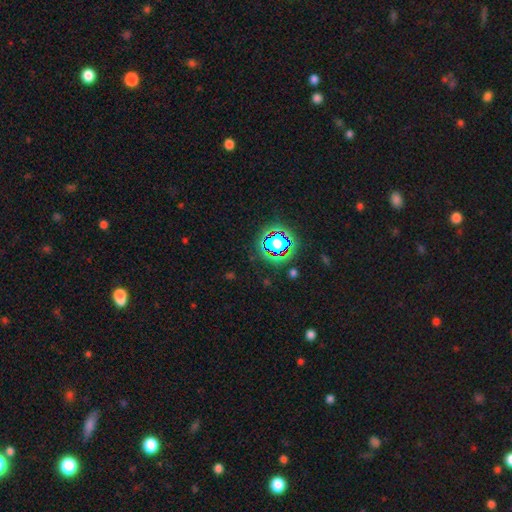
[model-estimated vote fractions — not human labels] Smooth or featured? Predicted: star or artifact (p=0.80).